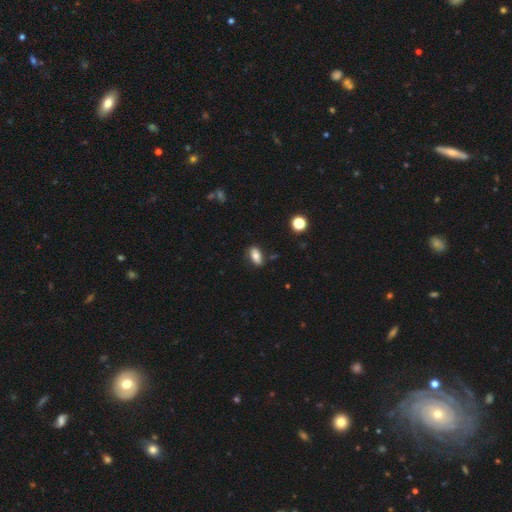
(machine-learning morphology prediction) Smooth or featured? smooth (76%)
How rounded? in between (87%)
Merging? none (80%)